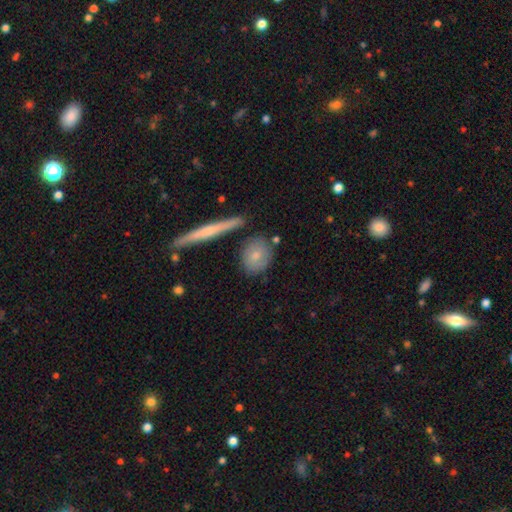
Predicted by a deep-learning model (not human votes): A smooth galaxy with no disk features (72%) that is round (54%).

Vote fractions:
- Smooth or featured? smooth: 72% / featured or disk: 21% / star or artifact: 6%
- How rounded? round: 54% / in between: 40% / cigar-shaped: 7%
- Merging? none: 76% / minor disturbance: 14% / merger: 7% / major disturbance: 4%